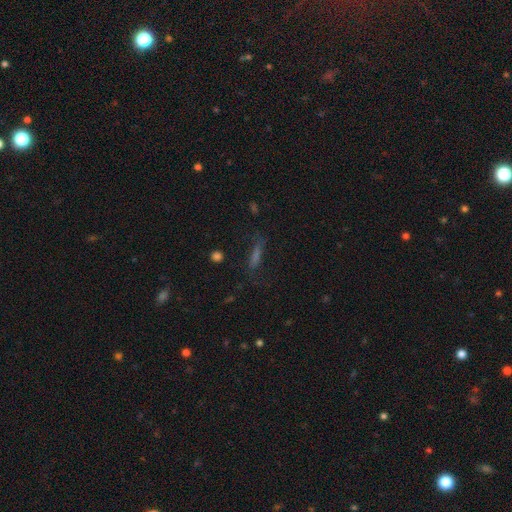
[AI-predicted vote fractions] The model was most divided on "smooth or featured": smooth: 50%, featured or disk: 26%, star or artifact: 24%. More confident: how rounded — cigar-shaped (75%); merging — none (66%).